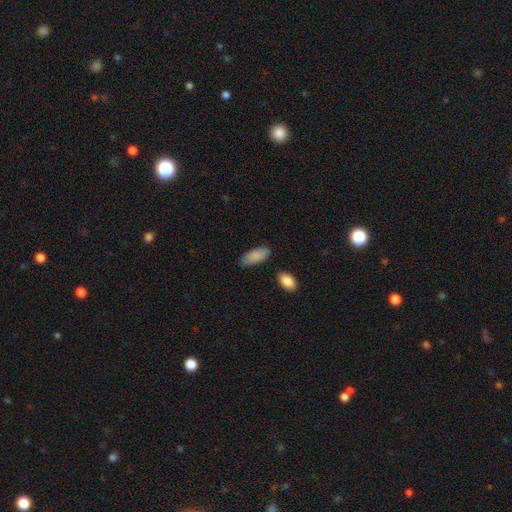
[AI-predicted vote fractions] smooth-or-featured: smooth: 87% | featured or disk: 7% | star or artifact: 6%
  how-rounded: in between: 88% | cigar-shaped: 10% | round: 2%
  merging: none: 78% | minor disturbance: 15% | major disturbance: 3% | merger: 3%